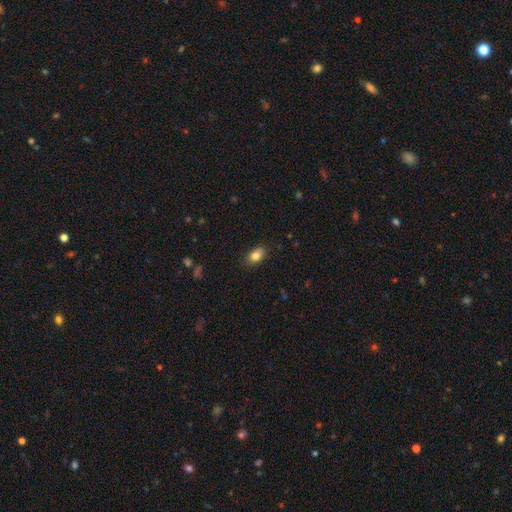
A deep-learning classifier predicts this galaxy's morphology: smooth-or-featured: smooth: 81% | featured or disk: 10% | star or artifact: 9%
  how-rounded: in between: 84% | round: 13% | cigar-shaped: 3%
  merging: none: 78% | minor disturbance: 17% | major disturbance: 3% | merger: 2%